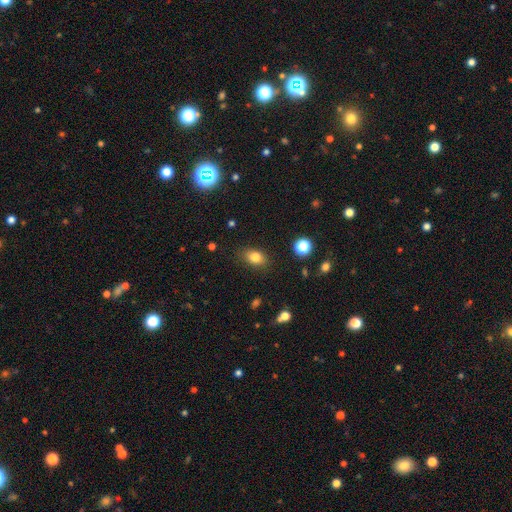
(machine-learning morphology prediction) This appears to be a smooth galaxy with no disk features (81%) that is in between round and cigar-shaped (77%). Merging: none (83%).